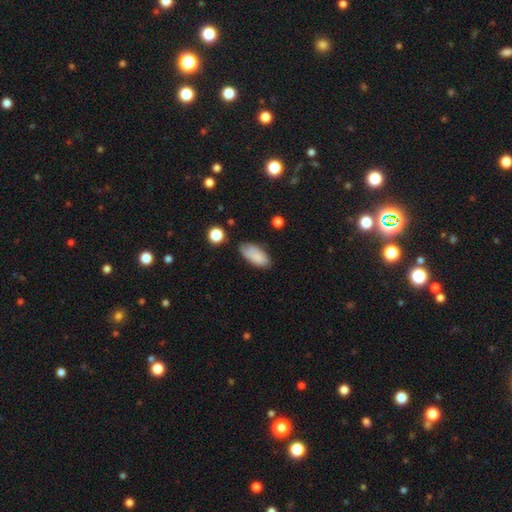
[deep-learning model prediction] The model was most divided on "merging": none: 68%, minor disturbance: 24%, major disturbance: 5%, merger: 3%. More confident: how rounded — in between (89%); smooth or featured — smooth (82%).